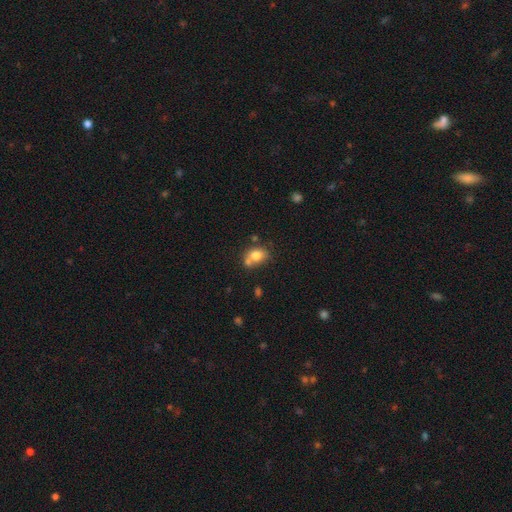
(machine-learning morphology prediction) Overall: smooth (76%). How rounded: in between (57%; round 41%). Merging: none (44%; merger 34%).